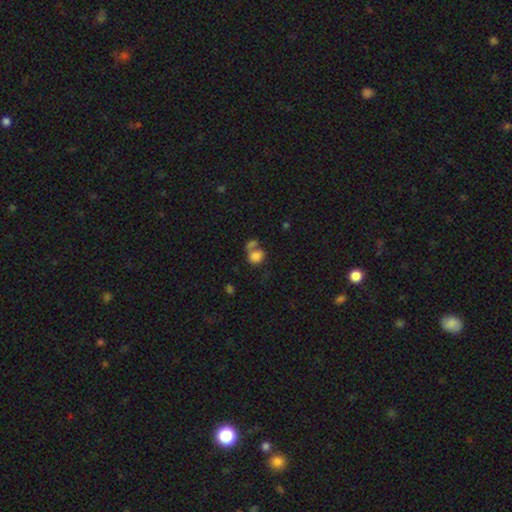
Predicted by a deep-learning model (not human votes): Q: Smooth or featured?
A: smooth (77%); runner-up: featured or disk (12%)
Q: How rounded?
A: round (58%); runner-up: in between (41%)
Q: Merging?
A: merger (50%); runner-up: none (28%)